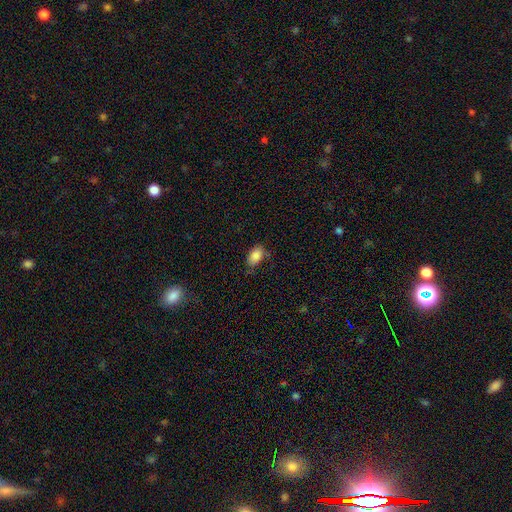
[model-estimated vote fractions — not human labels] This appears to be a smooth galaxy with no disk features (86%) that is in between round and cigar-shaped (91%). Merging: none (68%).